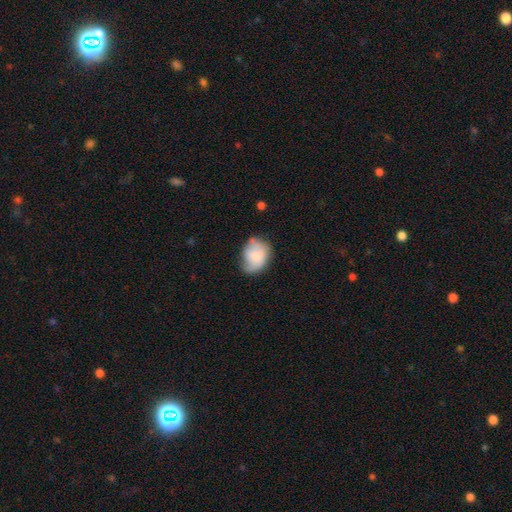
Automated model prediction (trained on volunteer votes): smooth 73%, featured or disk 20%, star or artifact 7%. Down the decision tree: how rounded — in between (62%); merging — none (44%).